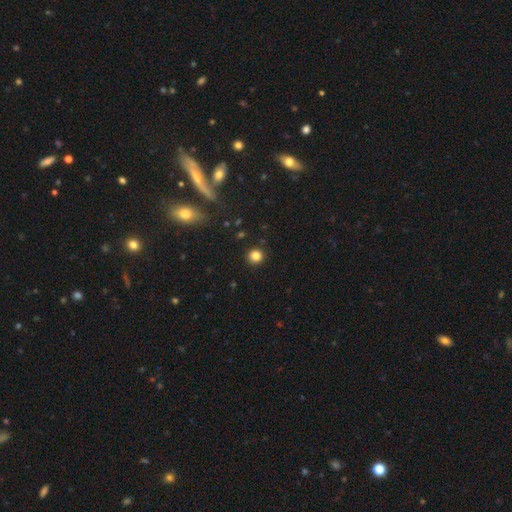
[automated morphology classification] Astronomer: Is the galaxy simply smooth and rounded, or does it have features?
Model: smooth — 83%.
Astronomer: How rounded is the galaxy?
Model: round — 91%.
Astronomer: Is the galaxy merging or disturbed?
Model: none — 91%.